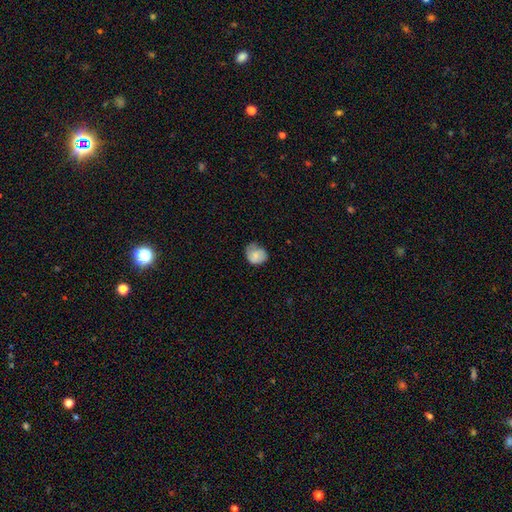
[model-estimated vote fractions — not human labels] Q: Smooth or featured?
A: smooth (72%); runner-up: featured or disk (20%)
Q: How rounded?
A: round (64%); runner-up: in between (35%)
Q: Merging?
A: none (51%); runner-up: minor disturbance (36%)